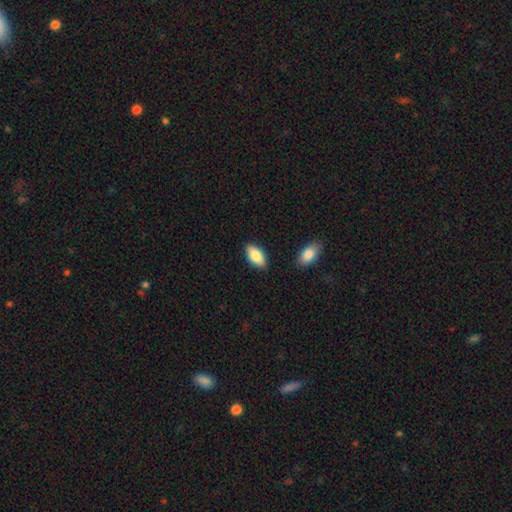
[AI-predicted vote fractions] Q: Smooth or featured?
A: smooth (80%); runner-up: featured or disk (14%)
Q: How rounded?
A: in between (89%); runner-up: cigar-shaped (8%)
Q: Merging?
A: none (87%); runner-up: minor disturbance (9%)